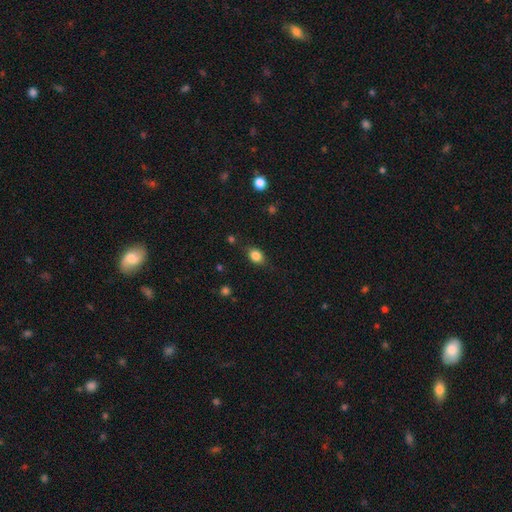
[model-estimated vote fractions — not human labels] smooth_or_featured: smooth (p=0.83) [alt: star or artifact p=0.10]
how_rounded: in between (p=0.65) [alt: round p=0.33]
merging: none (p=0.76) [alt: minor disturbance p=0.18]